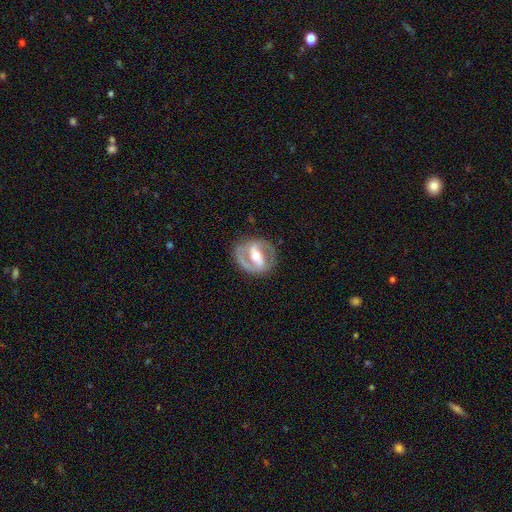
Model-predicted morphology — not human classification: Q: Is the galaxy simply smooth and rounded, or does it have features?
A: featured or disk — 83%.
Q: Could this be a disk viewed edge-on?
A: no — 94%.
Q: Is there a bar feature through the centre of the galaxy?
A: strong — 62%.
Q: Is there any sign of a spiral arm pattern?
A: yes — 78%.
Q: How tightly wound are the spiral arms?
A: medium — 47%.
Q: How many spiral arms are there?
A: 2 — 85%.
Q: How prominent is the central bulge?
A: moderate — 70%.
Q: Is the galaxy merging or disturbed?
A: none — 81%.